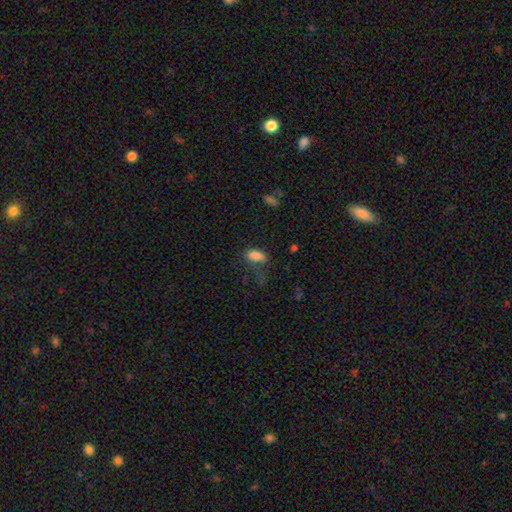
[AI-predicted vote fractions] smooth 84%, star or artifact 10%, featured or disk 6%. Down the decision tree: how rounded — in between (86%); merging — none (56%).